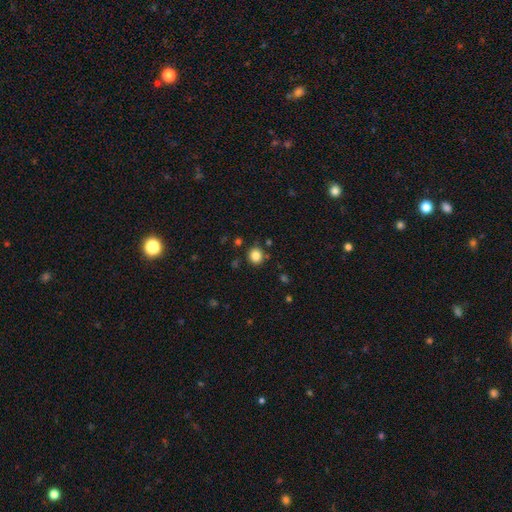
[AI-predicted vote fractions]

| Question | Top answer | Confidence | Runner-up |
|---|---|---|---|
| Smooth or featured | smooth | 83% | star or artifact (12%) |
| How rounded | round | 85% | in between (14%) |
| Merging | none | 86% | minor disturbance (8%) |